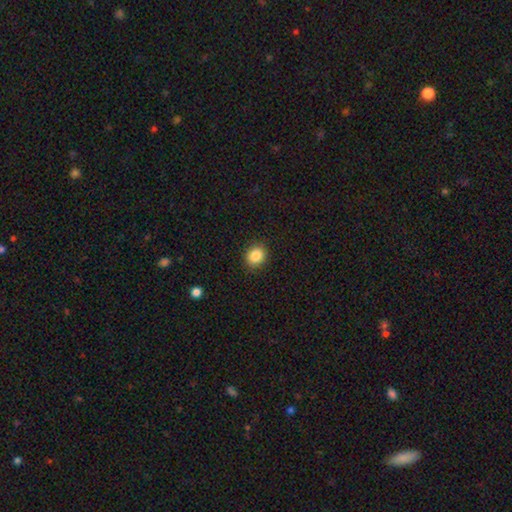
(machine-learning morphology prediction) This is clearly a smooth galaxy (86%). How rounded: likely round (68%). Merging: clearly none (89%).